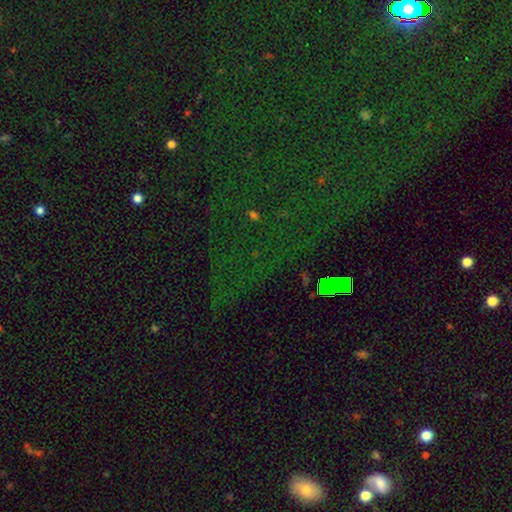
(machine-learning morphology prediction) A star or artifact, not a galaxy (78%).